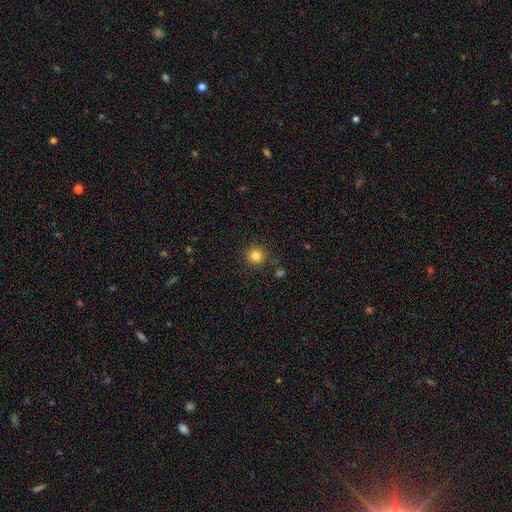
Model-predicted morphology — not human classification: Smooth or featured?
  - smooth: 83% *
  - star or artifact: 12%
  - featured or disk: 5%
How rounded?
  - round: 94% *
  - in between: 5%
  - cigar-shaped: 1%
Merging?
  - none: 88% *
  - minor disturbance: 7%
  - merger: 2%
  - major disturbance: 2%